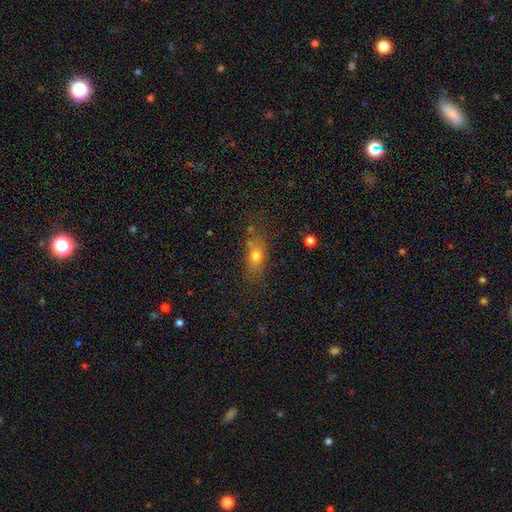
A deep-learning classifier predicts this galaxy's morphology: Smooth or featured? smooth (71%)
How rounded? in between (65%)
Merging? none (63%)